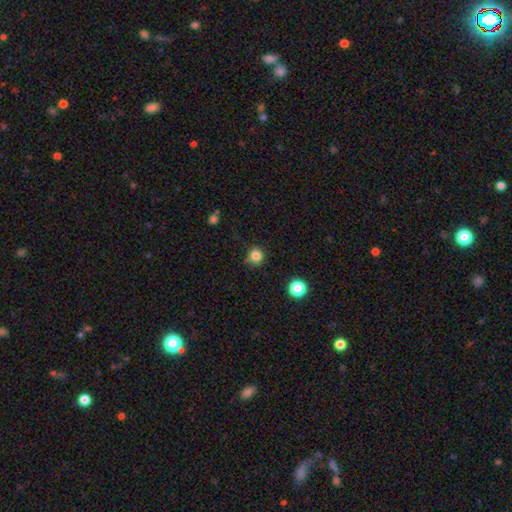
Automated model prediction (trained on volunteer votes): Smooth or featured? smooth (83%)
How rounded? round (92%)
Merging? none (85%)